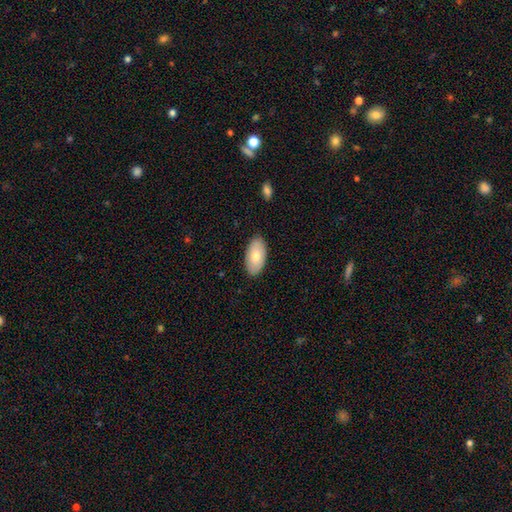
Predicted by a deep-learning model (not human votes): smooth-or-featured: smooth: 74% | featured or disk: 20% | star or artifact: 6%
  how-rounded: in between: 95% | round: 3% | cigar-shaped: 2%
  merging: none: 87% | minor disturbance: 10% | major disturbance: 2% | merger: 1%